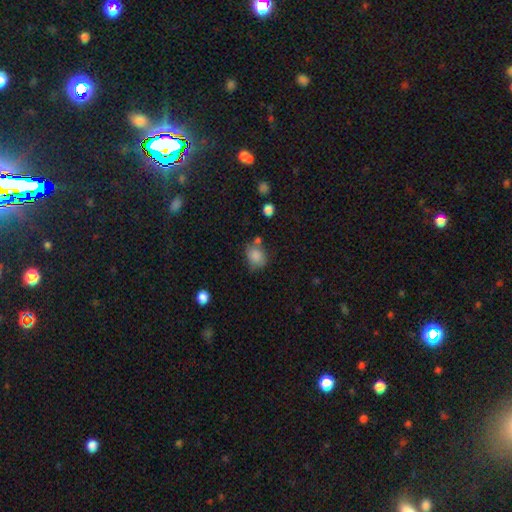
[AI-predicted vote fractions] The model was most divided on "how rounded": round: 53%, in between: 46%, cigar-shaped: 1%. More confident: smooth or featured — smooth (83%); merging — none (57%).